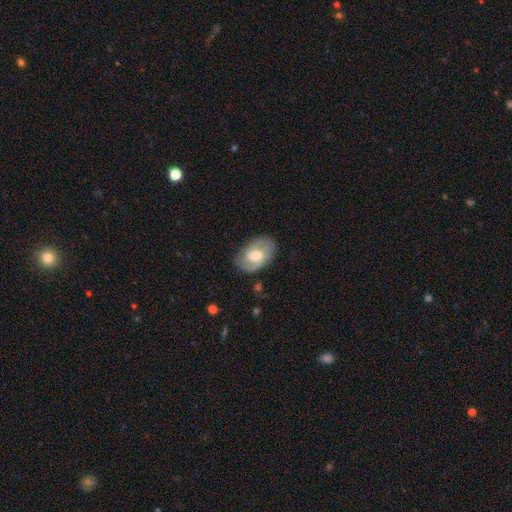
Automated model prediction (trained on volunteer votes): The model was most divided on "bar": weak: 49%, no: 36%, strong: 15%. More confident: edge-on disk — no (95%); merging — none (76%); spiral arms — yes (74%); bulge size — moderate (69%); smooth or featured — featured or disk (57%).